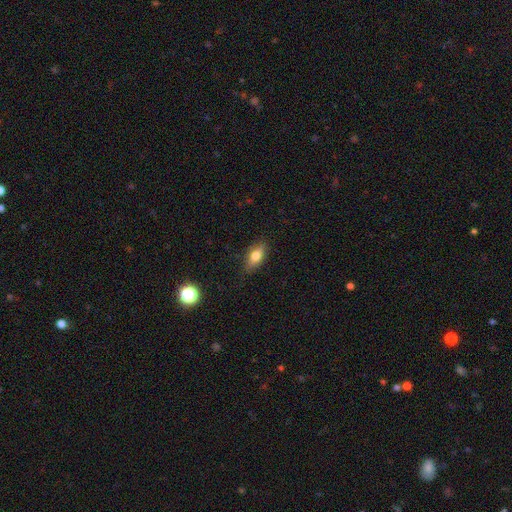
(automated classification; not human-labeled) Smooth or featured? Predicted: smooth (p=0.73). How rounded? Predicted: in between (p=0.79). Merging? Predicted: none (p=0.82).